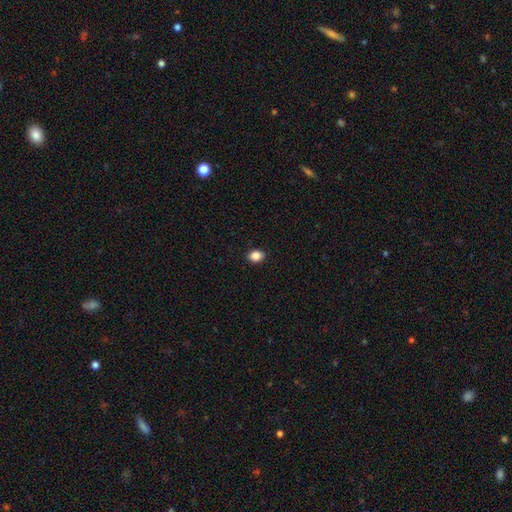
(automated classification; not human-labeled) smooth-or-featured: smooth: 87% | star or artifact: 9% | featured or disk: 3%
  how-rounded: in between: 57% | round: 42% | cigar-shaped: 1%
  merging: none: 90% | minor disturbance: 7% | major disturbance: 2% | merger: 1%